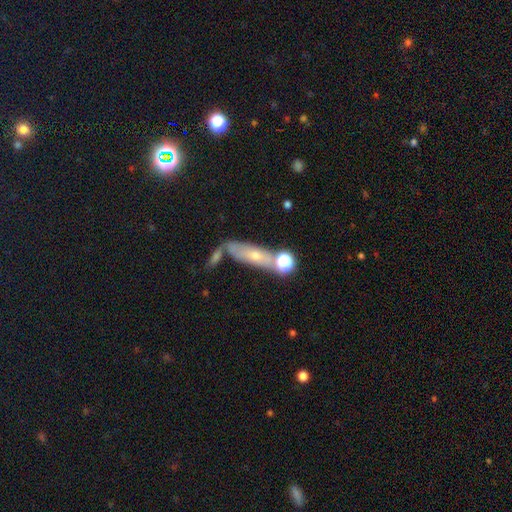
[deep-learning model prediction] Smooth or featured?
  - smooth: 50% *
  - featured or disk: 38%
  - star or artifact: 12%
How rounded?
  - cigar-shaped: 51% *
  - in between: 43%
  - round: 6%
Merging?
  - none: 52% *
  - merger: 23%
  - minor disturbance: 17%
  - major disturbance: 8%